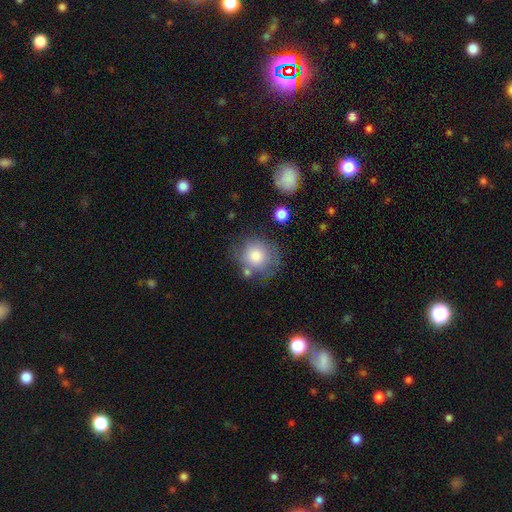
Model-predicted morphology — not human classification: smooth_or_featured: smooth (p=0.78) [alt: featured or disk p=0.14]
how_rounded: round (p=0.82) [alt: in between p=0.17]
merging: none (p=0.62) [alt: minor disturbance p=0.20]